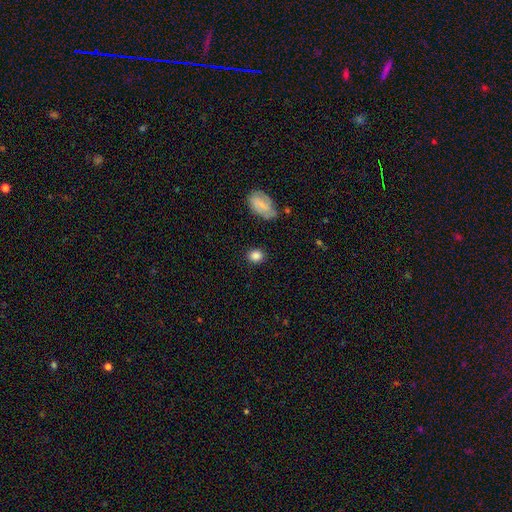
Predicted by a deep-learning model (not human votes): The model was most divided on "how rounded": round: 59%, in between: 39%, cigar-shaped: 1%. More confident: smooth or featured — smooth (83%); merging — none (83%).